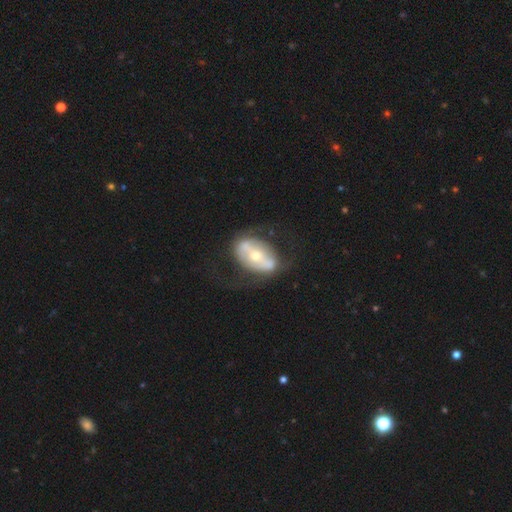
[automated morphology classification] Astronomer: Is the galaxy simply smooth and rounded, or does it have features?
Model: featured or disk — 68%.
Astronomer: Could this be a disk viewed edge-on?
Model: no — 90%.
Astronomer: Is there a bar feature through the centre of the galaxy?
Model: strong — 52% (runner-up: no, 28%).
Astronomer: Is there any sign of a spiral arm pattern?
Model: no — 64%.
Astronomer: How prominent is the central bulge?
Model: moderate — 50% (runner-up: small, 45%).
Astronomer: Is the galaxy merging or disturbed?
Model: none — 58%.